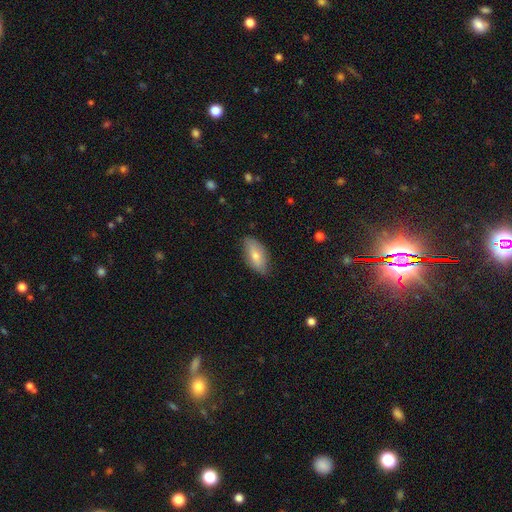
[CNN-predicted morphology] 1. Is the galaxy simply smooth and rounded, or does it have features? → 67% smooth, 26% featured or disk, 6% star or artifact.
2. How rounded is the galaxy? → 89% in between, 8% cigar-shaped, 3% round.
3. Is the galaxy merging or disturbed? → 79% none, 17% minor disturbance, 3% major disturbance, 1% merger.